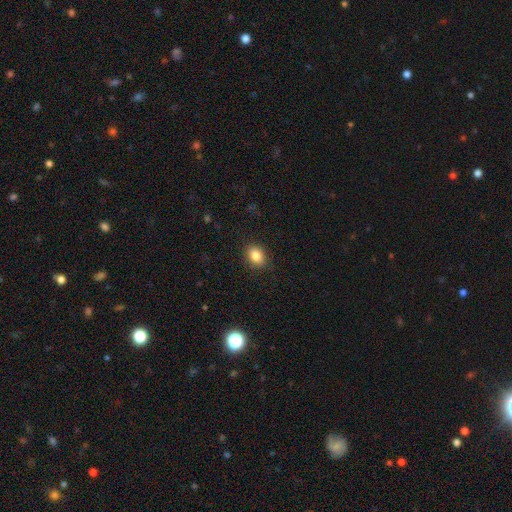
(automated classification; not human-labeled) Overall: smooth (84%). How rounded: in between (64%; round 35%). Merging: none (88%).